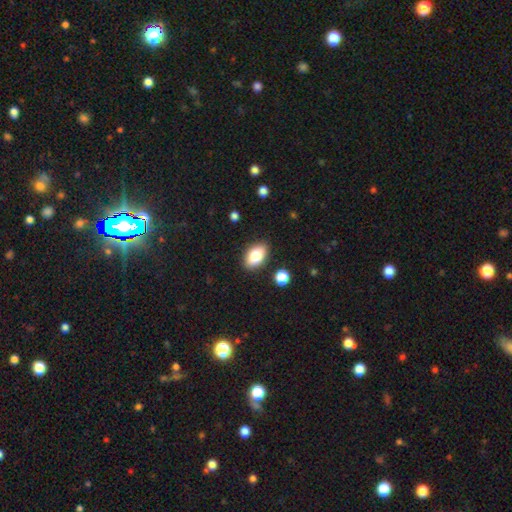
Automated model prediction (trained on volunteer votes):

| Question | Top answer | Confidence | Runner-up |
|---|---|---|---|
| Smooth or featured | smooth | 83% | featured or disk (10%) |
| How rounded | in between | 91% | round (7%) |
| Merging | none | 86% | minor disturbance (9%) |